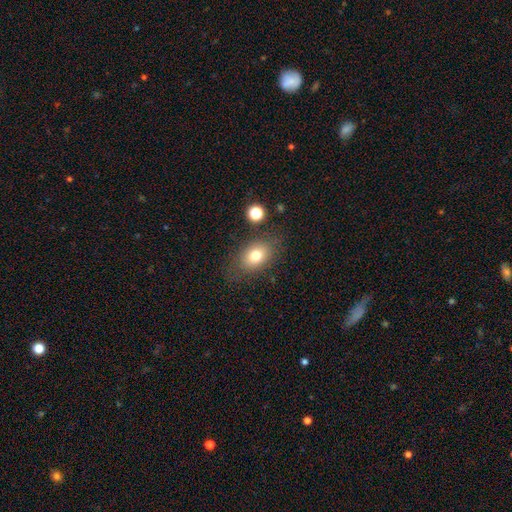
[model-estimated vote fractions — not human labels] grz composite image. It shows a smooth galaxy with no disk features (75%) that is in between round and cigar-shaped (76%). Merging: none (75%).